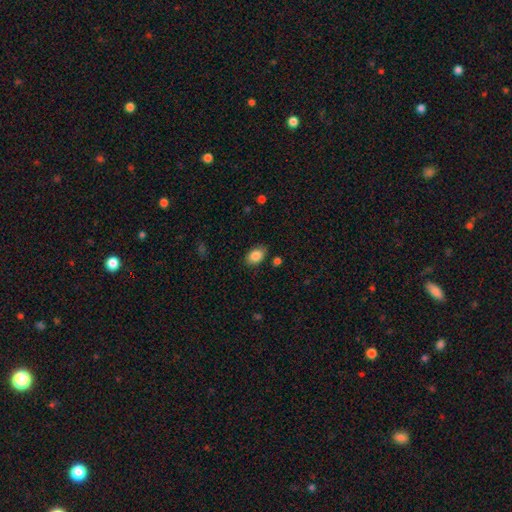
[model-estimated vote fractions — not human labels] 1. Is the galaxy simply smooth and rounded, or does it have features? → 86% smooth, 8% star or artifact, 6% featured or disk.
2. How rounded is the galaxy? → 85% in between, 14% round, 1% cigar-shaped.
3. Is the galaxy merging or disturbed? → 84% none, 12% minor disturbance, 3% major disturbance, 2% merger.